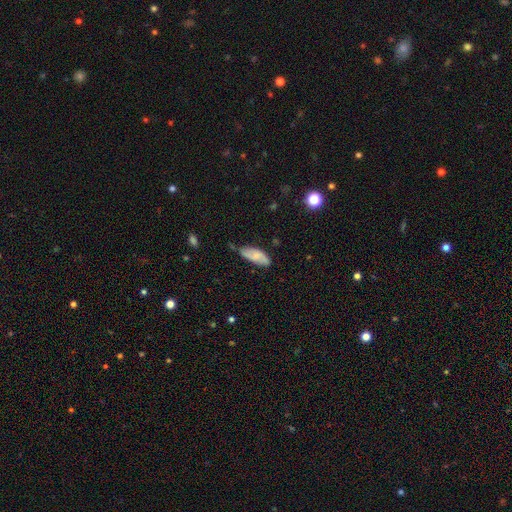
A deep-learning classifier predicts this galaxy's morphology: smooth 64%, featured or disk 29%, star or artifact 7%. Down the decision tree: how rounded — in between (78%); merging — none (60%).